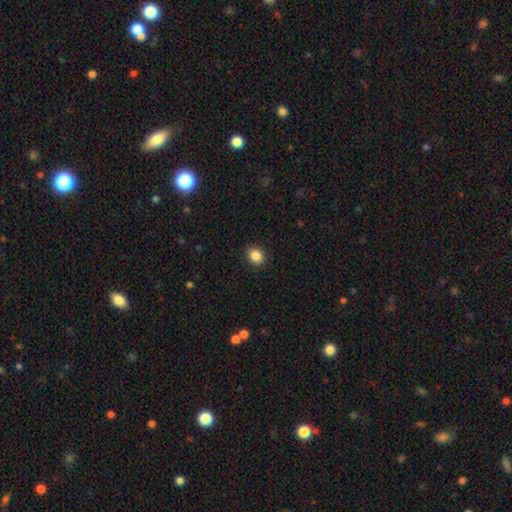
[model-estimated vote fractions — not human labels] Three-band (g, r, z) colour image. It shows a smooth galaxy with no disk features (86%) that is round (60%). Merging: none (90%).